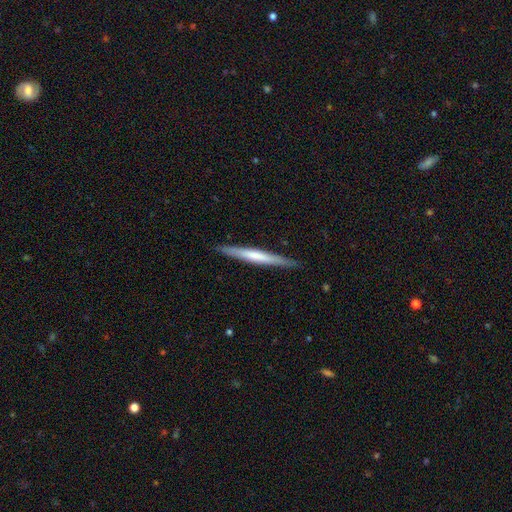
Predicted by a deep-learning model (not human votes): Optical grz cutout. It shows a smooth galaxy with no disk features (48%). Merging: none (90%).